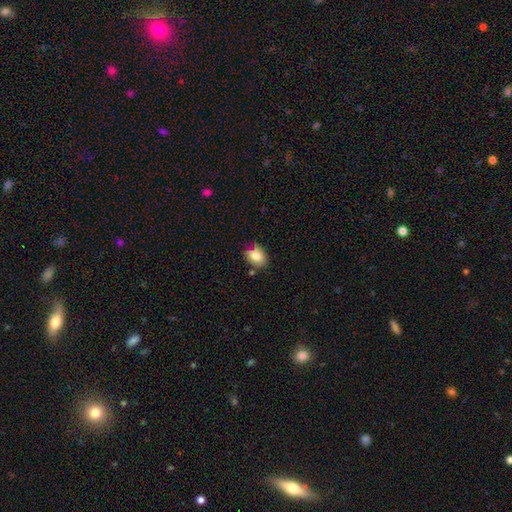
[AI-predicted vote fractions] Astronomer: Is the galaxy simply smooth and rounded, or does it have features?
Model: smooth — 81%.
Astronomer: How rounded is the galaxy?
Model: in between — 73%.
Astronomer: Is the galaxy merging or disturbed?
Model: none — 69%.